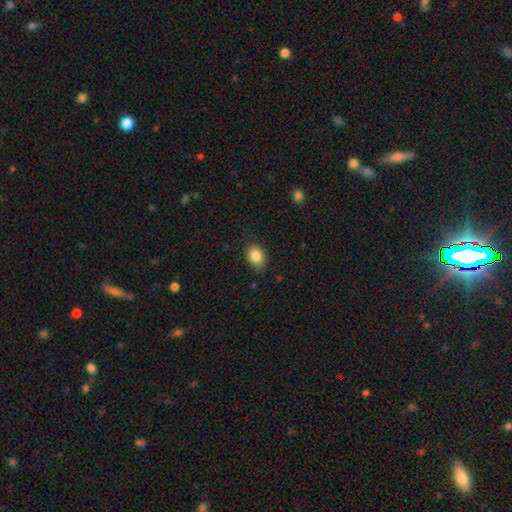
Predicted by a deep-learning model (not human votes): Smooth or featured? Predicted: smooth (p=0.87). How rounded? Predicted: in between (p=0.71). Merging? Predicted: none (p=0.80).